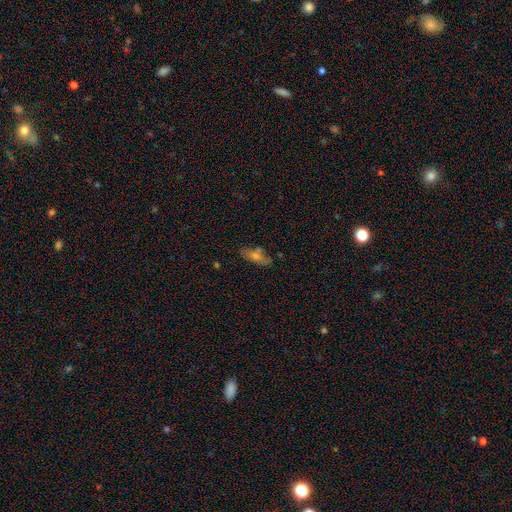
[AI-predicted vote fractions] A smooth galaxy with no disk features (48%).

Vote fractions:
- Smooth or featured? smooth: 48% / featured or disk: 37% / star or artifact: 15%
- Merging? none: 75% / minor disturbance: 16% / merger: 5% / major disturbance: 4%